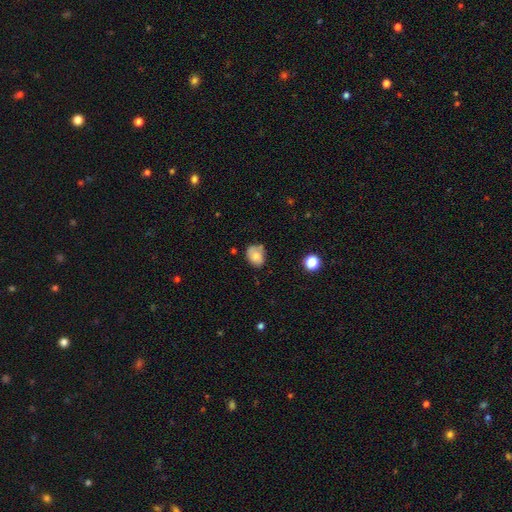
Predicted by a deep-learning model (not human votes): Overall: smooth (70%). How rounded: in between (57%; round 42%). Merging: none (55%; minor disturbance 30%).